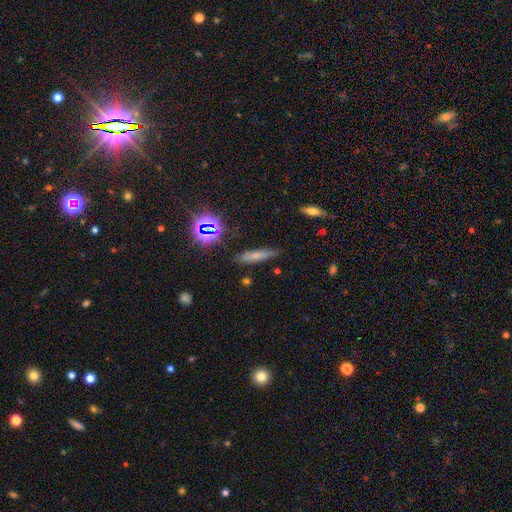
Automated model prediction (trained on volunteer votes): Smooth or featured? smooth (64%)
How rounded? cigar-shaped (77%)
Merging? none (78%)